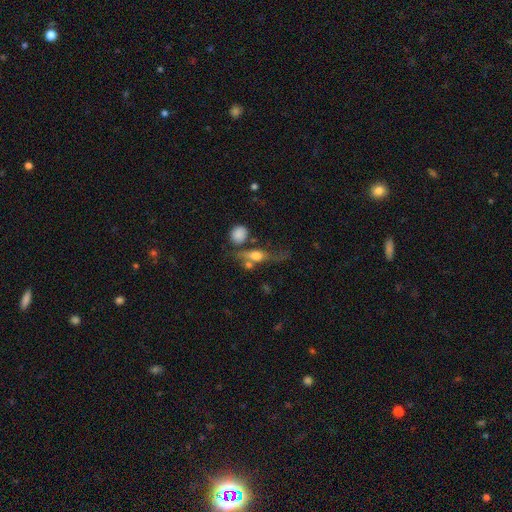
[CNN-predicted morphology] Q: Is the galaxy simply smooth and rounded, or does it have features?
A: smooth — 49%.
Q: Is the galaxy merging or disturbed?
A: none — 41%.